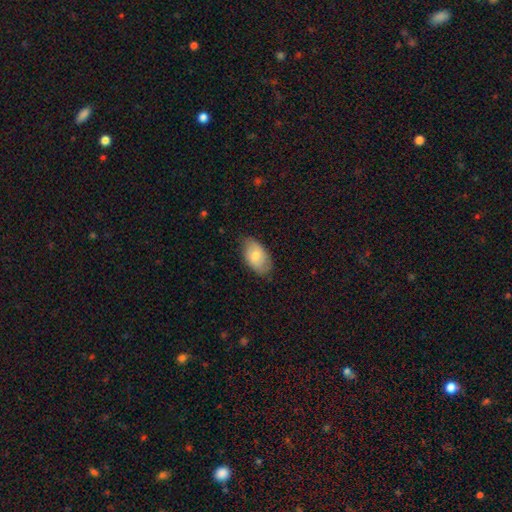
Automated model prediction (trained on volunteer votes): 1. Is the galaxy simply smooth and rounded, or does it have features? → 76% smooth, 18% featured or disk, 6% star or artifact.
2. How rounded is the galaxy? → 94% in between, 4% round, 2% cigar-shaped.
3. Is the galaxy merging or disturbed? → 76% none, 20% minor disturbance, 3% major disturbance, 1% merger.